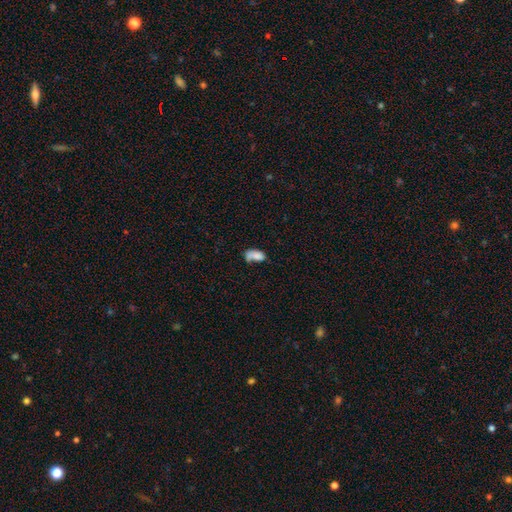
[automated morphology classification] Q: Smooth or featured?
A: smooth (75%); runner-up: featured or disk (15%)
Q: How rounded?
A: in between (90%); runner-up: cigar-shaped (5%)
Q: Merging?
A: none (36%); runner-up: minor disturbance (25%)